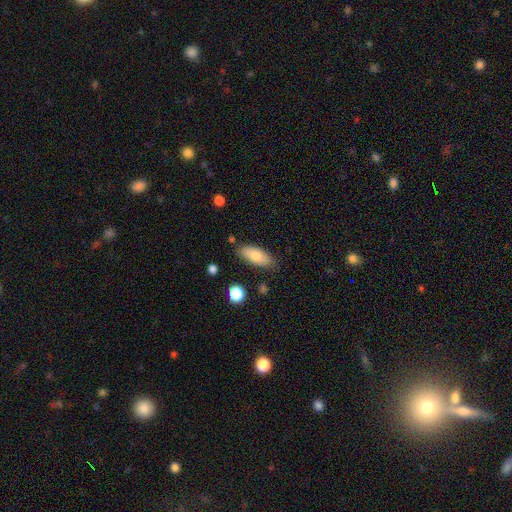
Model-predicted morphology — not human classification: Overall: smooth (78%). How rounded: in between (82%). Merging: none (80%).